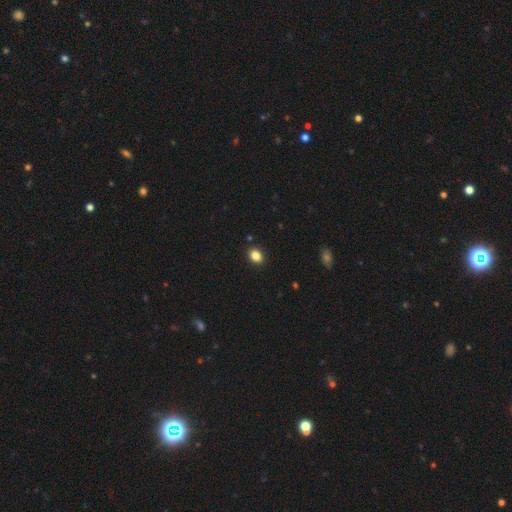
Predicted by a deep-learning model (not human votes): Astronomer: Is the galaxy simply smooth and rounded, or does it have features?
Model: smooth — 85%.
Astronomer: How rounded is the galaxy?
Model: in between — 64%.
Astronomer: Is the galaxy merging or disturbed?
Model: none — 90%.